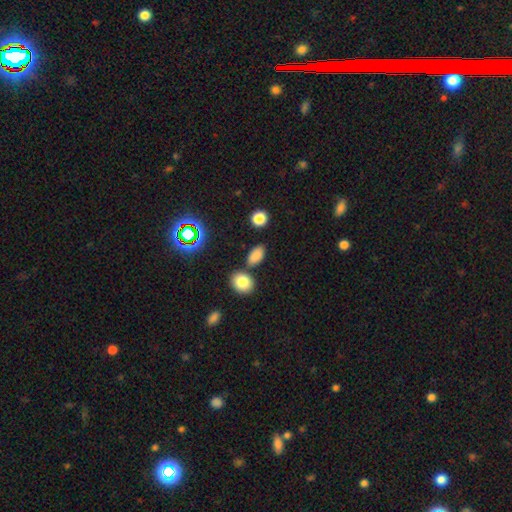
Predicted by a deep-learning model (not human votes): smooth_or_featured: smooth (p=0.80) [alt: star or artifact p=0.14]
how_rounded: in between (p=0.87) [alt: round p=0.09]
merging: none (p=0.77) [alt: minor disturbance p=0.11]